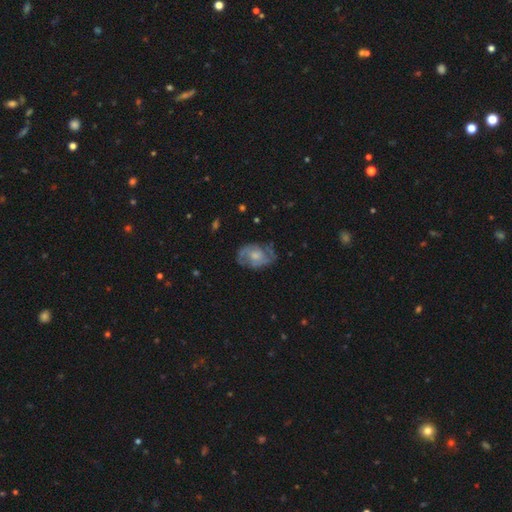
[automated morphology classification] This appears to be a featured or disk galaxy (71%) with no bar (69%), 2 (61%) medium (45%) spiral arms (80%) and a moderate central bulge (46%). Merging: none (63%).